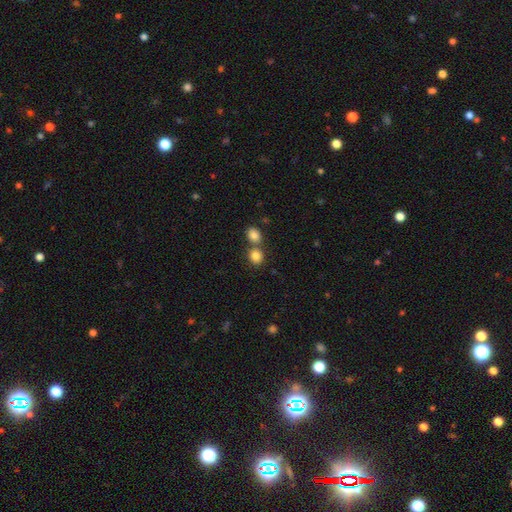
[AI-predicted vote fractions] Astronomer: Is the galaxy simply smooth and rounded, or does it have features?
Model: smooth — 84%.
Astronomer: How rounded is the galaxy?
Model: round — 70%.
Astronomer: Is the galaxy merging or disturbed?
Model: none — 52% (runner-up: merger, 37%).